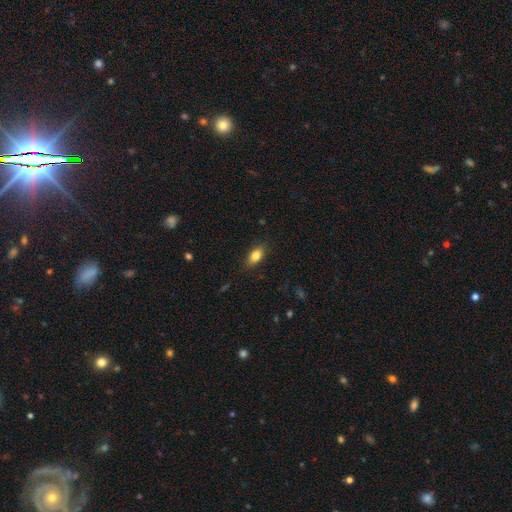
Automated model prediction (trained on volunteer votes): Smooth or featured? Predicted: smooth (p=0.83). How rounded? Predicted: in between (p=0.85). Merging? Predicted: none (p=0.84).